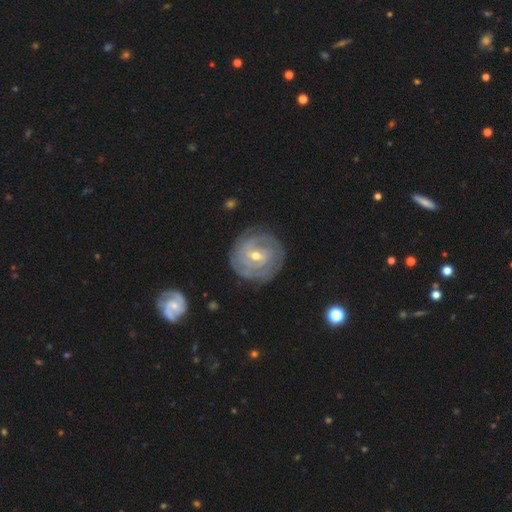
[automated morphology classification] Smooth or featured? Predicted: featured or disk (p=0.87). Edge-on disk? Predicted: no (p=0.97). Bar? Predicted: weak (p=0.50). Spiral arms? Predicted: yes (p=0.96). Spiral winding? Predicted: tight (p=0.84). Spiral arm count? Predicted: can't tell (p=0.31). Bulge size? Predicted: moderate (p=0.53). Merging? Predicted: none (p=0.82).